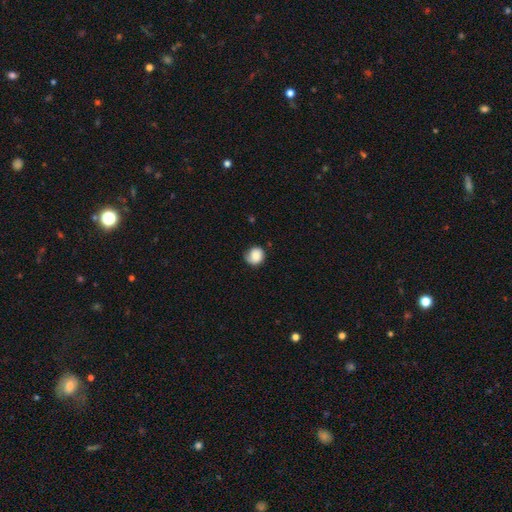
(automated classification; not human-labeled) The model was most divided on "merging": none: 64%, minor disturbance: 27%, major disturbance: 7%, merger: 2%. More confident: how rounded — round (82%); smooth or featured — smooth (80%).